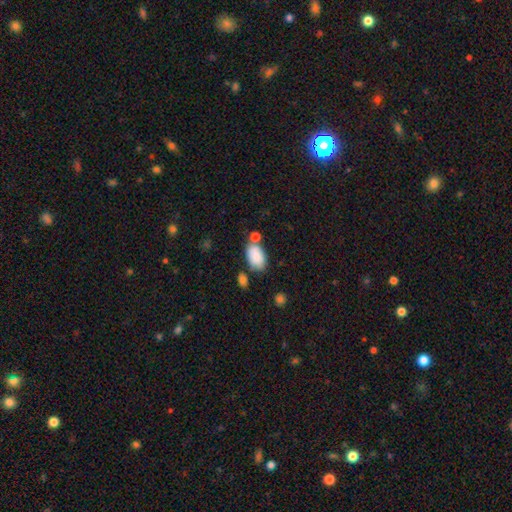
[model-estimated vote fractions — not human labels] Overall: smooth (85%). How rounded: in between (92%). Merging: none (57%; merger 20%).